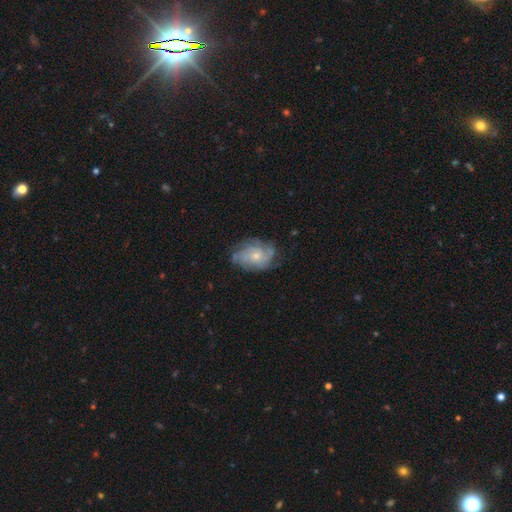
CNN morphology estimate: featured or disk 72%, smooth 20%, star or artifact 8%. Down the decision tree: edge-on disk — no (97%); bar — no (79%); spiral arms — yes (90%); spiral arm count — can't tell (38%); spiral winding — tight (51%); bulge size — small (57%); merging — none (69%).